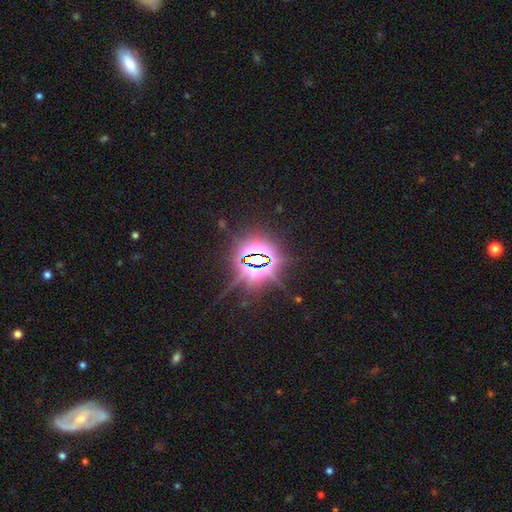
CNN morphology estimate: Smooth or featured?
  - star or artifact: 82% *
  - smooth: 11%
  - featured or disk: 8%